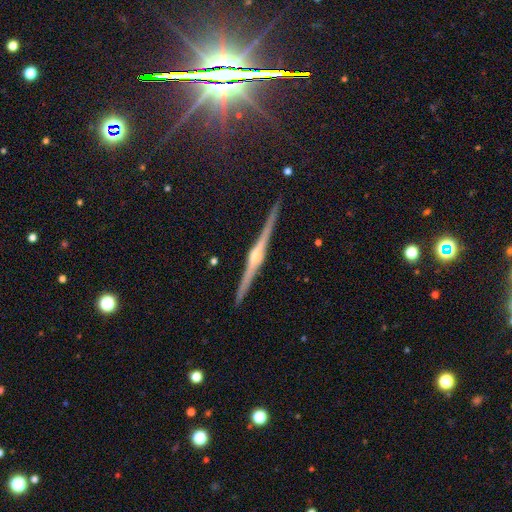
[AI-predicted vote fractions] Q: Smooth or featured?
A: featured or disk (86%); runner-up: smooth (9%)
Q: Edge-on disk?
A: yes (99%); runner-up: no (1%)
Q: Edge-on bulge?
A: rounded (86%); runner-up: boxy (9%)
Q: Merging?
A: none (90%); runner-up: minor disturbance (7%)